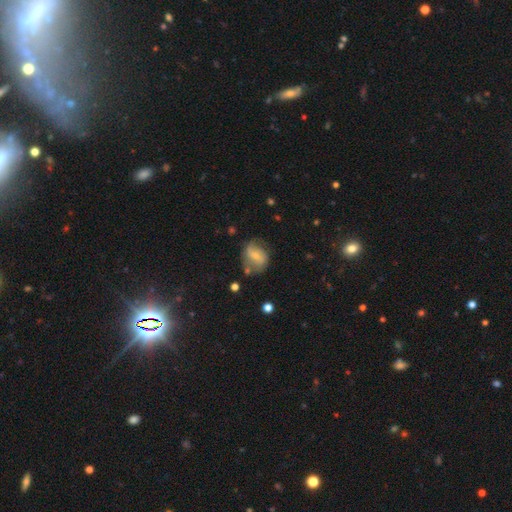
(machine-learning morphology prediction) Smooth or featured? Predicted: featured or disk (p=0.49). Merging? Predicted: none (p=0.55).